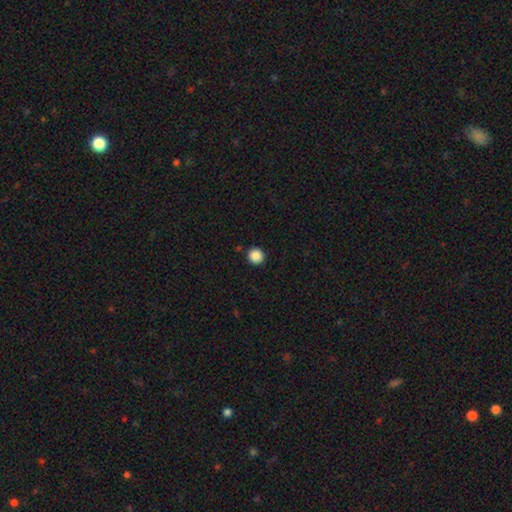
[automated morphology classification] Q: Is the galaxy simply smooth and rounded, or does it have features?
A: smooth — 88%.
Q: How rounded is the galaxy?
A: round — 94%.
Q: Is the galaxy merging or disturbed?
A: none — 91%.